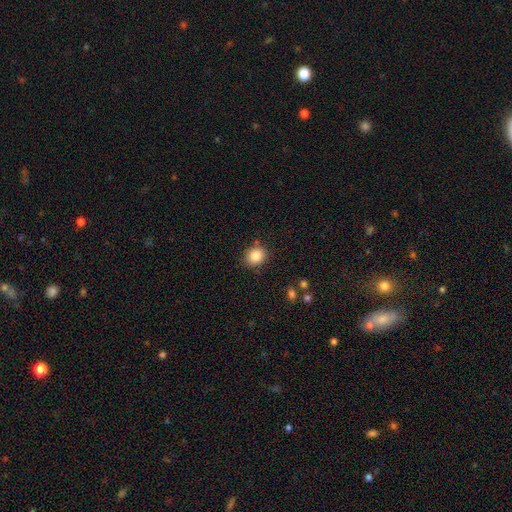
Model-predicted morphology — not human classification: smooth 85%, star or artifact 10%, featured or disk 5%. Down the decision tree: how rounded — round (70%); merging — none (82%).